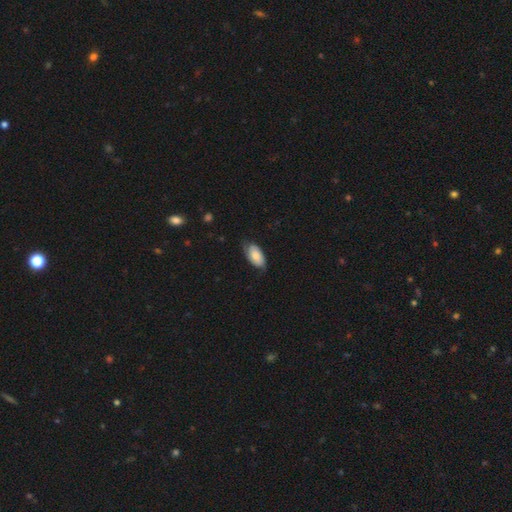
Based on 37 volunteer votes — Morphology: type=smooth (68%); roundness=in between (100%); merging=none (50%).